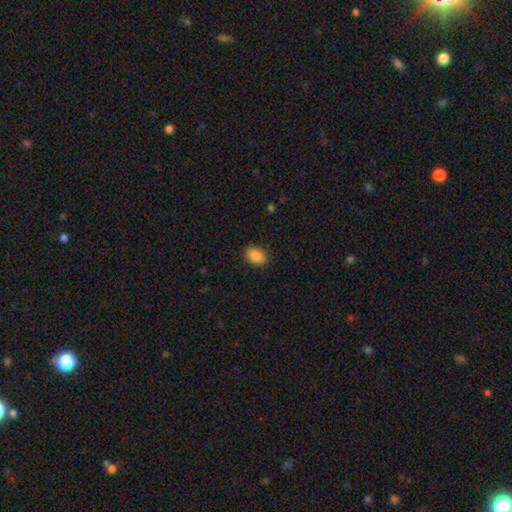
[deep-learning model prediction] Smooth or featured? smooth (88%)
How rounded? in between (73%)
Merging? none (86%)